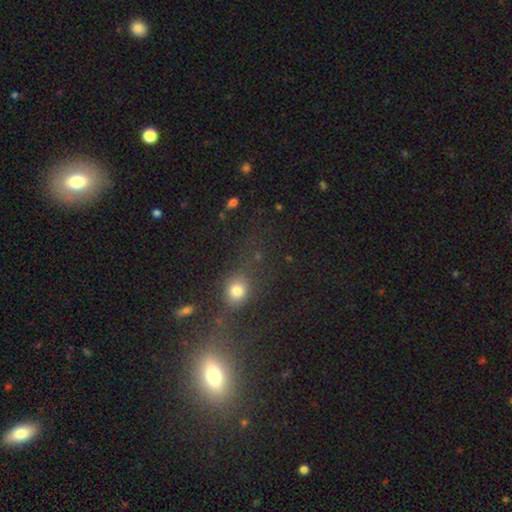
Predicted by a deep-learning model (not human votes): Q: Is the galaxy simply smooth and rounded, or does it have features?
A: smooth — 49%.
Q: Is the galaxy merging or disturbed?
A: none — 56%.